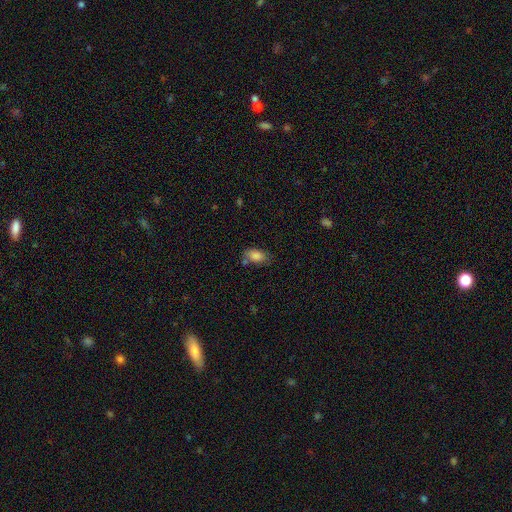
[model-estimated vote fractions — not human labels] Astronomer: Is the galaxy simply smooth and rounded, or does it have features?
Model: smooth — 84%.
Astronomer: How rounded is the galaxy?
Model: in between — 90%.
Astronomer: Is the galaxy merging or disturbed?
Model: none — 63%.